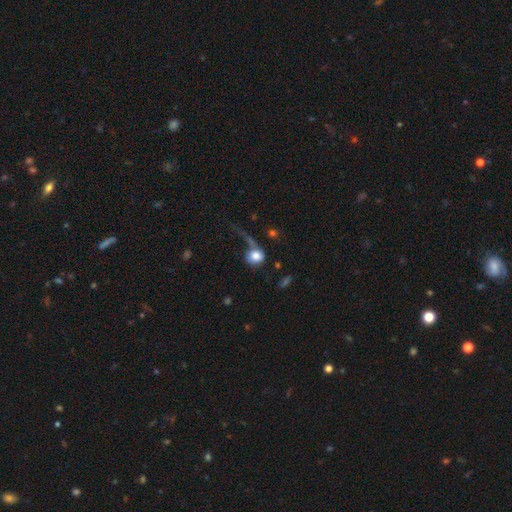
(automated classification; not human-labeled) Q: Smooth or featured?
A: smooth (76%); runner-up: featured or disk (16%)
Q: How rounded?
A: round (74%); runner-up: in between (25%)
Q: Merging?
A: major disturbance (41%); runner-up: none (30%)